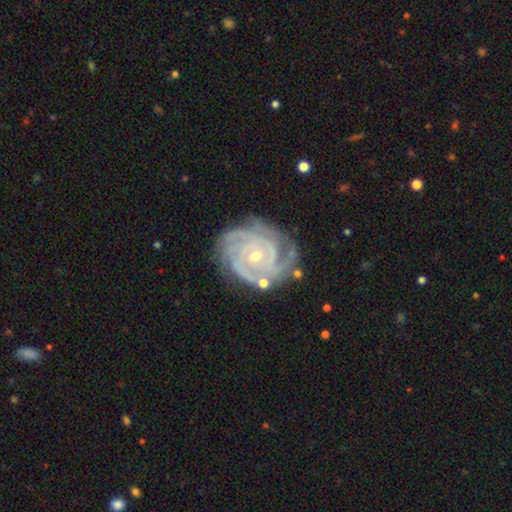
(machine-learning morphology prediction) Smooth or featured? Predicted: featured or disk (p=0.91). Edge-on disk? Predicted: no (p=0.98). Bar? Predicted: no (p=0.70). Spiral arms? Predicted: yes (p=0.98). Spiral winding? Predicted: tight (p=0.78). Spiral arm count? Predicted: 4 (p=0.32, tied with 3). Bulge size? Predicted: small (p=0.65). Merging? Predicted: none (p=0.74).